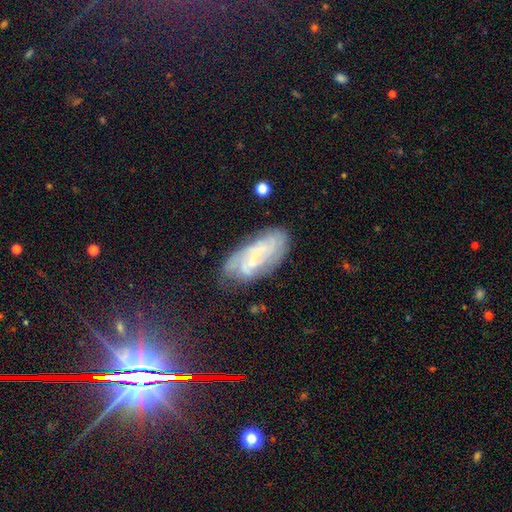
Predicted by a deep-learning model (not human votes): This appears to be a featured or disk galaxy (62%) with a weak bar (39%), spiral arms (77%) and a small central bulge (56%). Merging: none (67%).